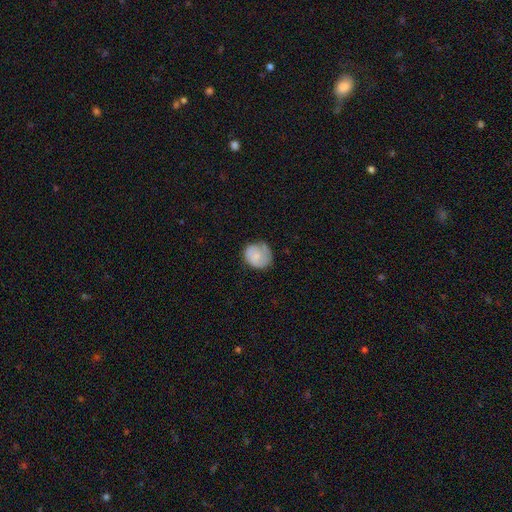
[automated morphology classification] A smooth galaxy with no disk features (68%) that is round (74%).

Vote fractions:
- Smooth or featured? smooth: 68% / featured or disk: 26% / star or artifact: 7%
- How rounded? round: 74% / in between: 25% / cigar-shaped: 1%
- Merging? none: 55% / minor disturbance: 30% / major disturbance: 13% / merger: 2%